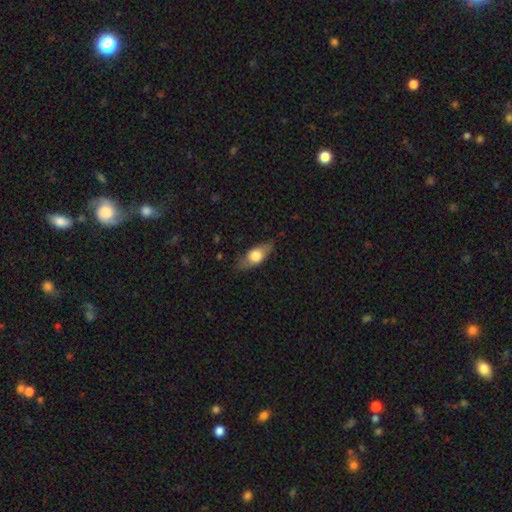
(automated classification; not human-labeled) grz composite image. It shows a smooth galaxy with no disk features (59%) that is in between round and cigar-shaped (71%). Merging: none (78%).